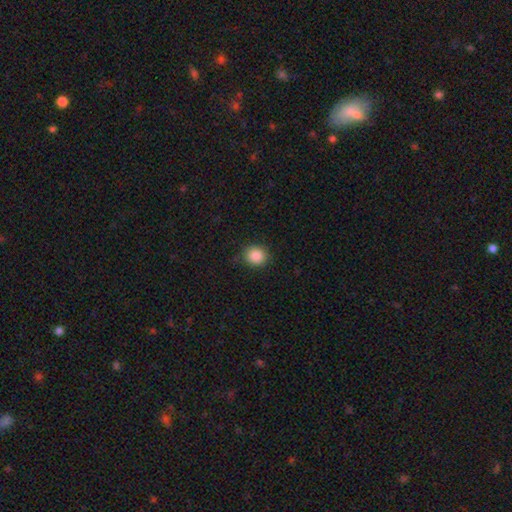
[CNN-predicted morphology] smooth_or_featured: smooth (p=0.87) [alt: star or artifact p=0.09]
how_rounded: round (p=0.84) [alt: in between p=0.15]
merging: none (p=0.86) [alt: minor disturbance p=0.10]